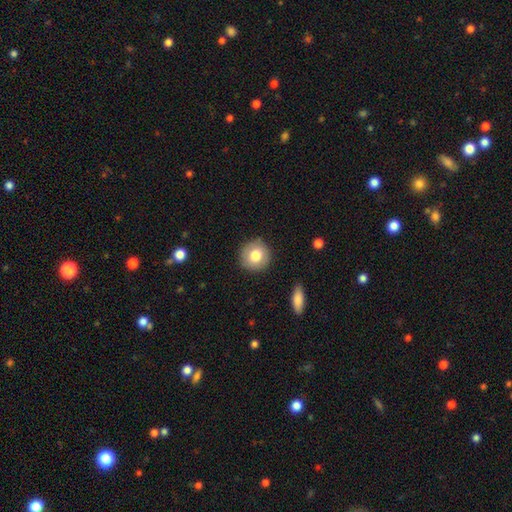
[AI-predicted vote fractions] A smooth galaxy with no disk features (79%) that is round (92%). Merging: none (89%).